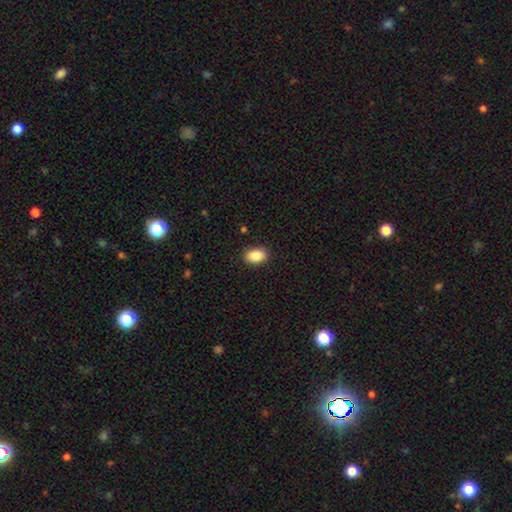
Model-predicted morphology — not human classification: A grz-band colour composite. It shows a smooth galaxy with no disk features (87%) that is in between round and cigar-shaped (86%). Merging: none (89%).